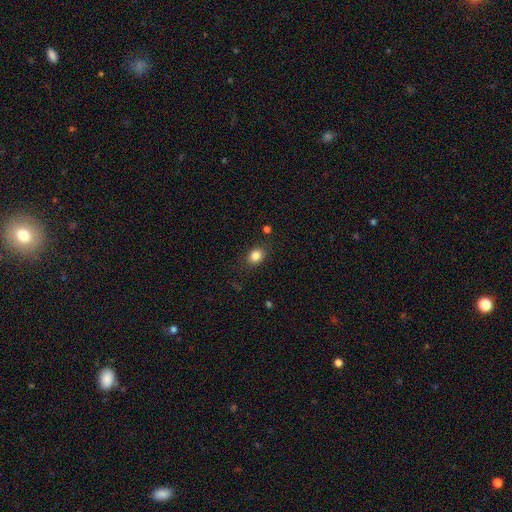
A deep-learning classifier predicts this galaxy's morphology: smooth-or-featured: smooth: 84% | star or artifact: 11% | featured or disk: 6%
  how-rounded: in between: 52% | round: 47% | cigar-shaped: 1%
  merging: none: 83% | minor disturbance: 12% | major disturbance: 4% | merger: 2%